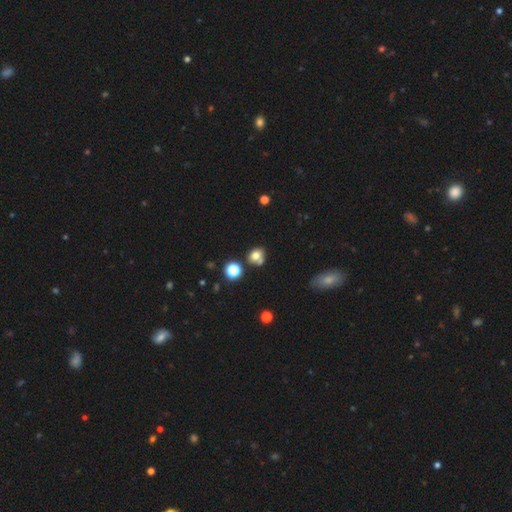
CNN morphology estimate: The model was most divided on "how rounded": round: 60%, in between: 39%, cigar-shaped: 1%. More confident: smooth or featured — smooth (72%); merging — none (54%).